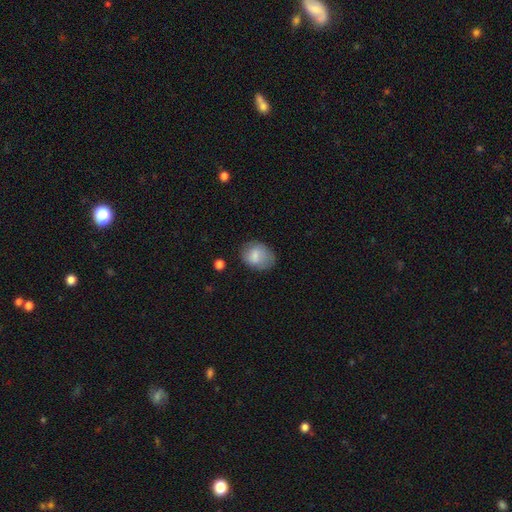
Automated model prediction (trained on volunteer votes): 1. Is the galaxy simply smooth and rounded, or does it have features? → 79% smooth, 13% featured or disk, 8% star or artifact.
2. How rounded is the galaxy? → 67% in between, 32% round, 1% cigar-shaped.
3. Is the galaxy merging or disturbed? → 63% none, 26% minor disturbance, 8% major disturbance, 3% merger.